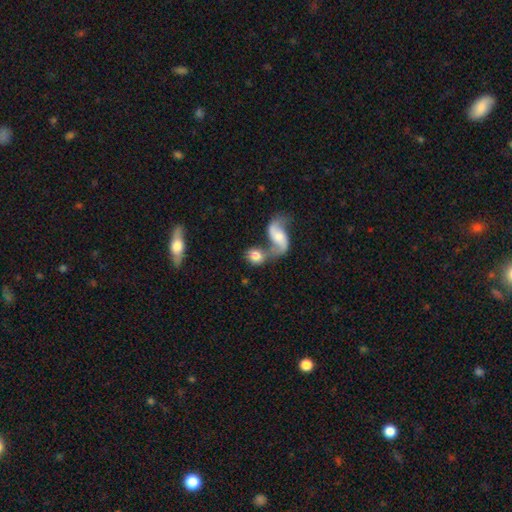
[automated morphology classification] Overall: smooth (59%; featured or disk 34%). How rounded: in between (57%; round 40%). Merging: merger (59%; none 26%).